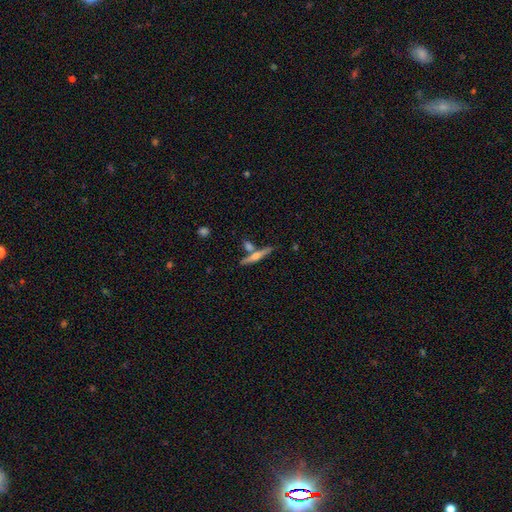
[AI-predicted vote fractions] Smooth or featured? featured or disk (56%)
Edge-on disk? yes (96%)
Edge-on bulge? rounded (85%)
Merging? none (70%)